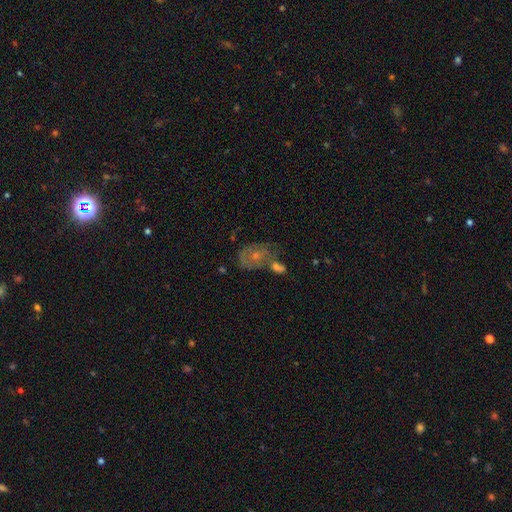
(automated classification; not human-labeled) A featured or disk galaxy (55%) with no bar (82%), spiral arms (61%) and a small central bulge (53%).

Vote fractions:
- Smooth or featured? featured or disk: 55% / smooth: 30% / star or artifact: 15%
- Edge-on disk? no: 95% / yes: 5%
- Bar? no: 82% / weak: 15% / strong: 3%
- Spiral arms? yes: 61% / no: 39%
- Bulge size? small: 53% / moderate: 40% / none: 3% / large: 2% / dominant: 1%
- Merging? none: 41% / merger: 31% / minor disturbance: 17% / major disturbance: 11%